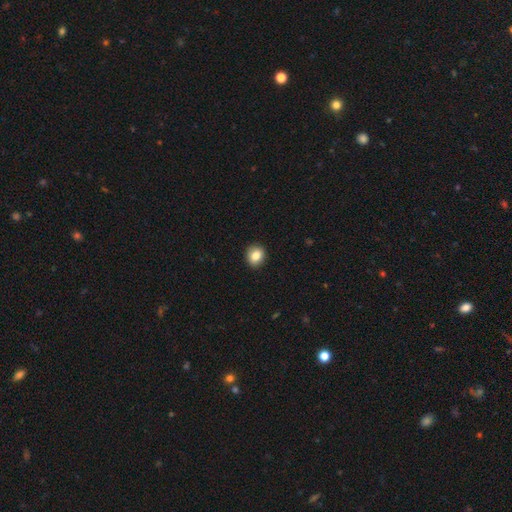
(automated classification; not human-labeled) smooth-or-featured: smooth: 84% | star or artifact: 9% | featured or disk: 7%
  how-rounded: round: 72% | in between: 27% | cigar-shaped: 1%
  merging: none: 91% | minor disturbance: 6% | major disturbance: 2% | merger: 1%